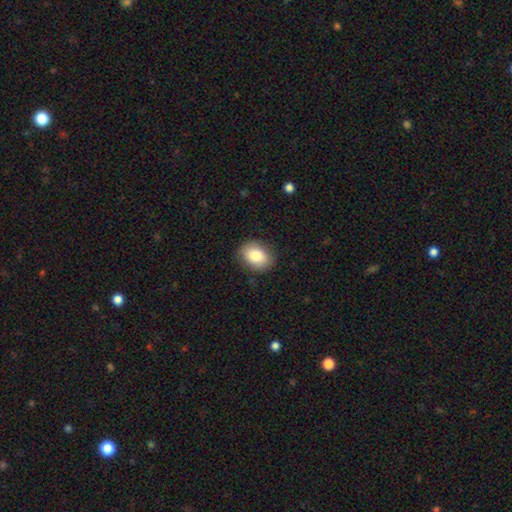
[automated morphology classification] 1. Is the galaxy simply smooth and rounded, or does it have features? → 83% smooth, 9% featured or disk, 7% star or artifact.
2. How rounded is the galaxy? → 66% in between, 33% round, 1% cigar-shaped.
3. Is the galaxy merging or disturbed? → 84% none, 12% minor disturbance, 3% major disturbance, 1% merger.